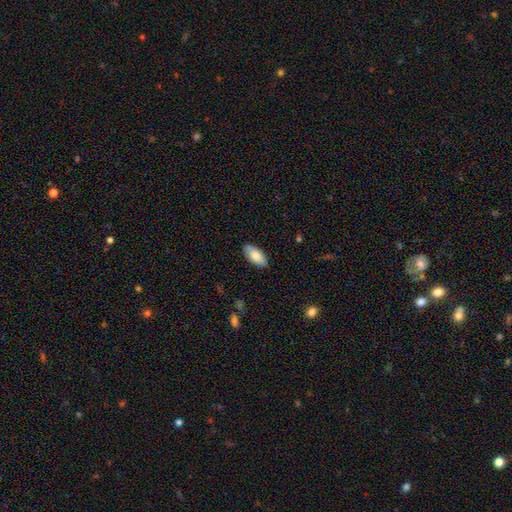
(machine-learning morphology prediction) This is clearly a smooth galaxy (81%). How rounded: clearly in between (90%). Merging: clearly none (87%).